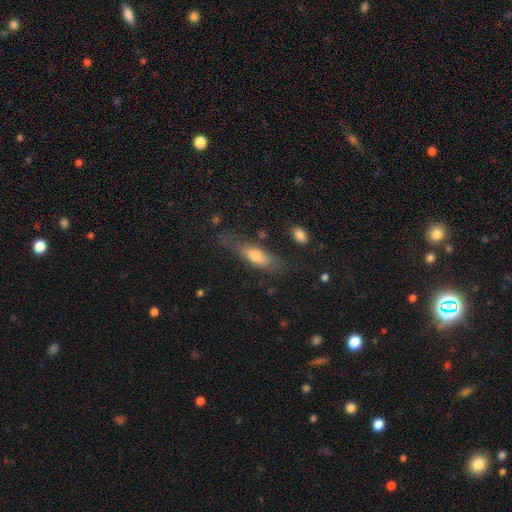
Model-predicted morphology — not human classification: smooth-or-featured: smooth: 67% | featured or disk: 25% | star or artifact: 8%
  how-rounded: in between: 55% | cigar-shaped: 42% | round: 3%
  merging: none: 62% | minor disturbance: 23% | major disturbance: 11% | merger: 4%